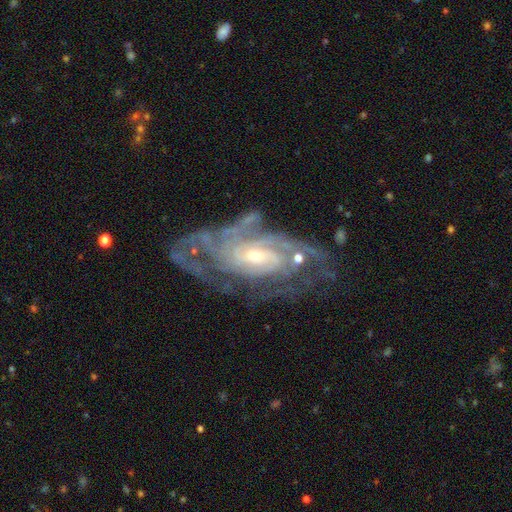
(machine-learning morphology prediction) A featured or disk galaxy (88%) with no bar (51%), tight (62%) spiral arms (95%) and a small central bulge (59%).

Vote fractions:
- Smooth or featured? featured or disk: 88% / star or artifact: 7% / smooth: 6%
- Edge-on disk? no: 95% / yes: 5%
- Bar? no: 51% / weak: 37% / strong: 12%
- Spiral arms? yes: 95% / no: 5%
- Spiral winding? tight: 62% / medium: 31% / loose: 7%
- Spiral arm count? can't tell: 36% / 3: 17% / 4: 17% / 2: 16% / more than 4: 8% / 1: 6%
- Bulge size? small: 59% / moderate: 36% / large: 3% / none: 2% / dominant: 1%
- Merging? none: 57% / minor disturbance: 21% / major disturbance: 17% / merger: 4%